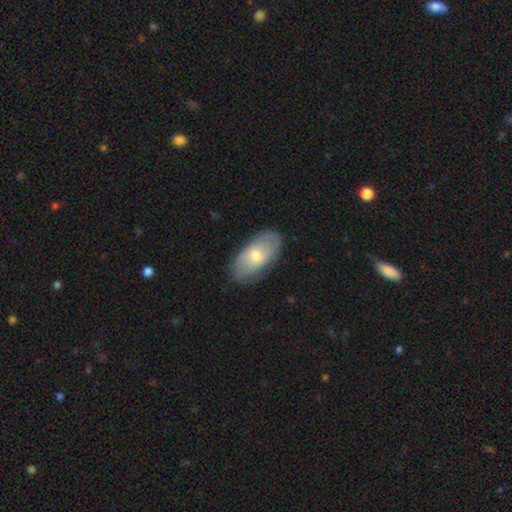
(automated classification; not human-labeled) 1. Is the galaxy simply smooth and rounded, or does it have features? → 59% smooth, 35% featured or disk, 6% star or artifact.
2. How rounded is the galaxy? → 93% in between, 4% round, 3% cigar-shaped.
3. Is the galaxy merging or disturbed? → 78% none, 17% minor disturbance, 4% major disturbance, 1% merger.